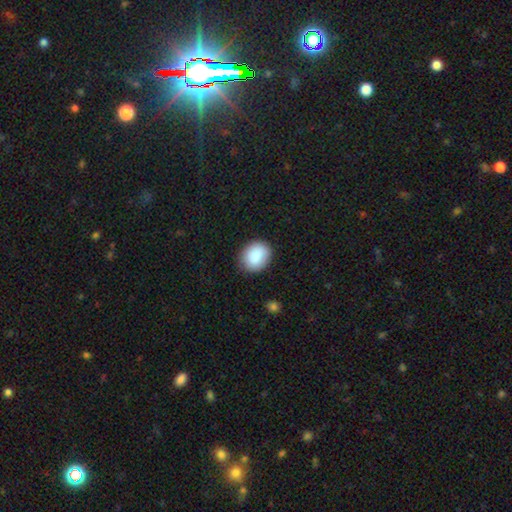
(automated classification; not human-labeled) This is clearly a smooth galaxy (89%). How rounded: possibly round (54%). Merging: clearly none (86%).